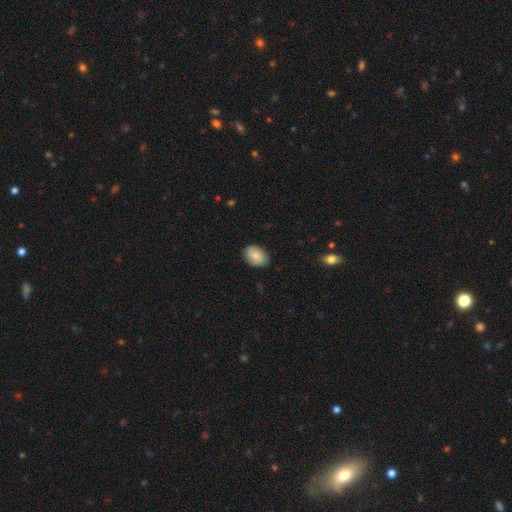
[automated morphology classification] This is likely a smooth galaxy (76%). How rounded: likely in between (75%). Merging: clearly none (83%).